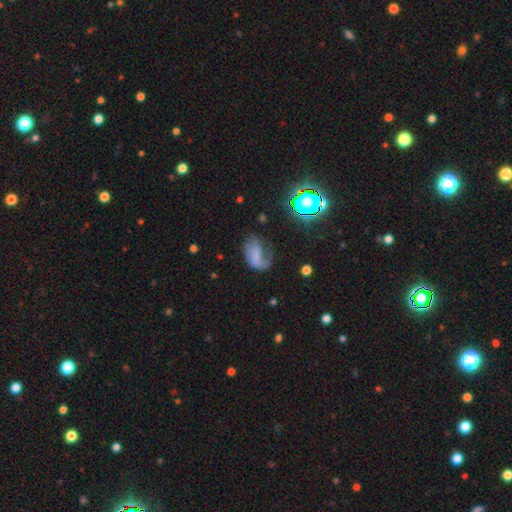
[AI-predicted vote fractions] Smooth or featured? Predicted: featured or disk (p=0.44). Merging? Predicted: major disturbance (p=0.42).